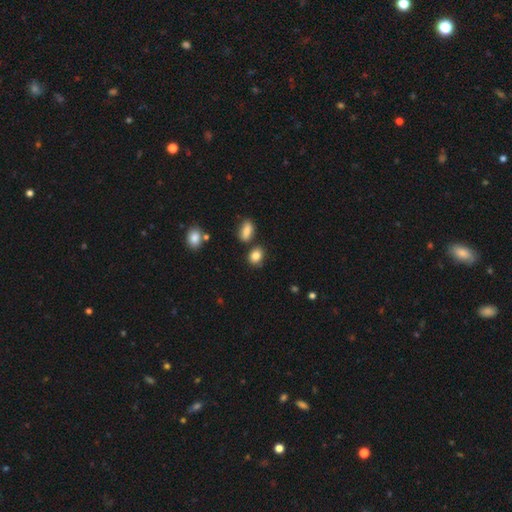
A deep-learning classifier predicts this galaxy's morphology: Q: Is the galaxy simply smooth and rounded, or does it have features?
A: smooth — 84%.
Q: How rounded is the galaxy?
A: round — 52%.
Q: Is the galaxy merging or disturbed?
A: none — 74%.